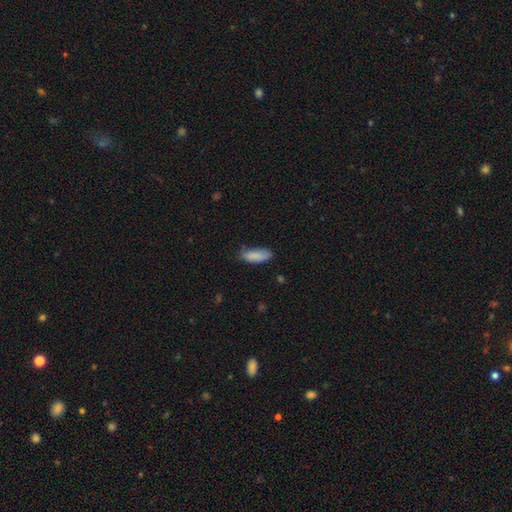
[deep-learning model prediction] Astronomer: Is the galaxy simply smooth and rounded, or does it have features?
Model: smooth — 86%.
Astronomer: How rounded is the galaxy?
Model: in between — 72%.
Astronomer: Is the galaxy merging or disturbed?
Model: none — 69%.